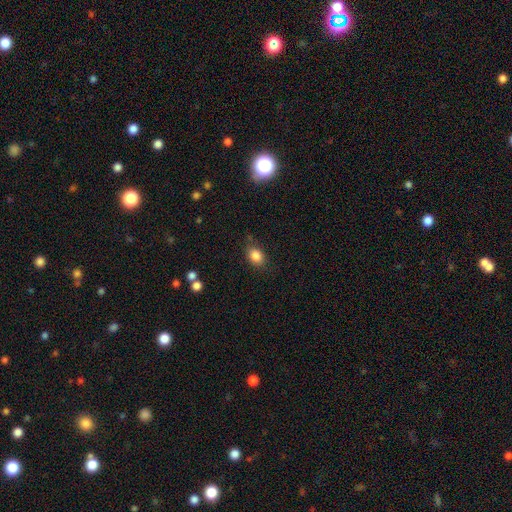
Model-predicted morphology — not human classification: The model was most divided on "how rounded": in between: 64%, round: 35%, cigar-shaped: 1%. More confident: smooth or featured — smooth (84%); merging — none (75%).